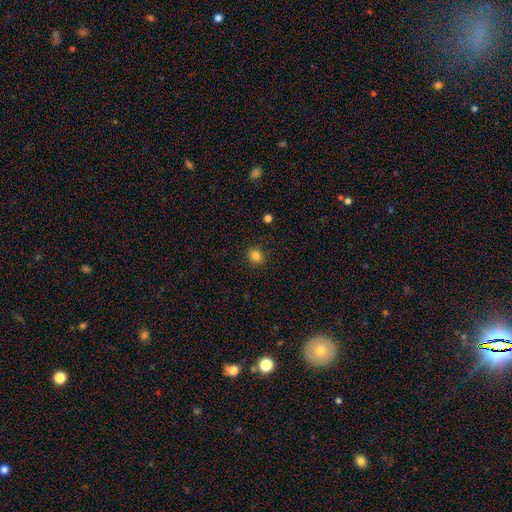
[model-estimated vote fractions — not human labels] Overall: smooth (83%). How rounded: round (62%; in between 37%). Merging: none (89%).